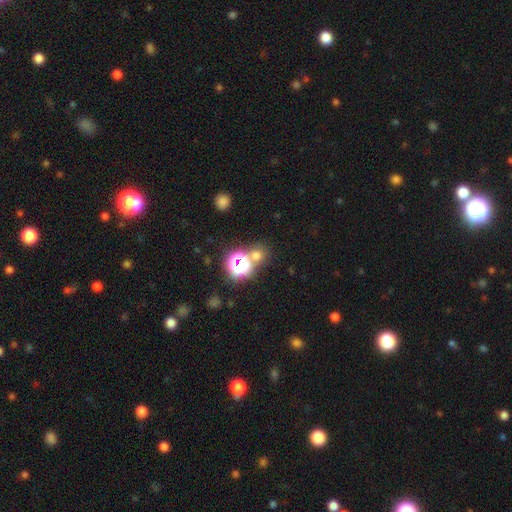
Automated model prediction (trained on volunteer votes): Smooth or featured: smooth — 57% (star or artifact — 36%)
How rounded: round — 84% (in between — 15%)
Merging: none — 68% (merger — 20%)